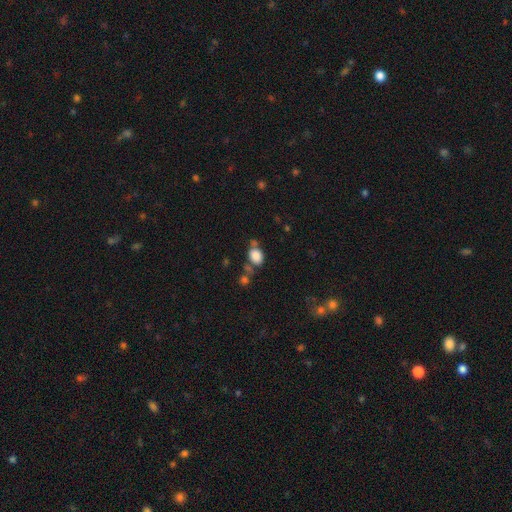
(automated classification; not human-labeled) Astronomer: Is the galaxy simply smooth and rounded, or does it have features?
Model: smooth — 83%.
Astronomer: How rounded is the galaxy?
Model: in between — 62%.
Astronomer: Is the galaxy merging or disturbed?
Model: none — 53%.